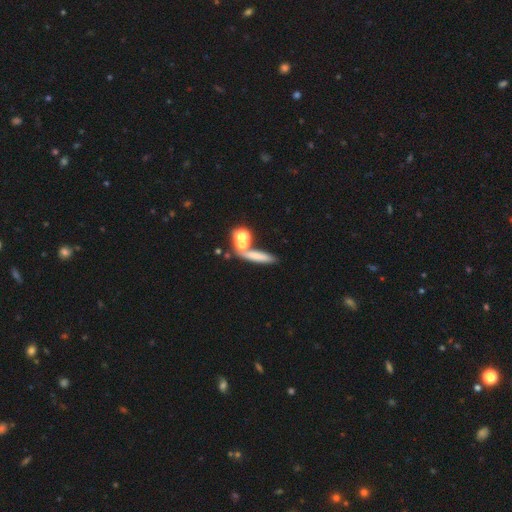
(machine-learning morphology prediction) smooth-or-featured: smooth: 62% | featured or disk: 20% | star or artifact: 18%
  how-rounded: cigar-shaped: 56% | in between: 23% | round: 22%
  merging: none: 59% | merger: 25% | minor disturbance: 11% | major disturbance: 6%